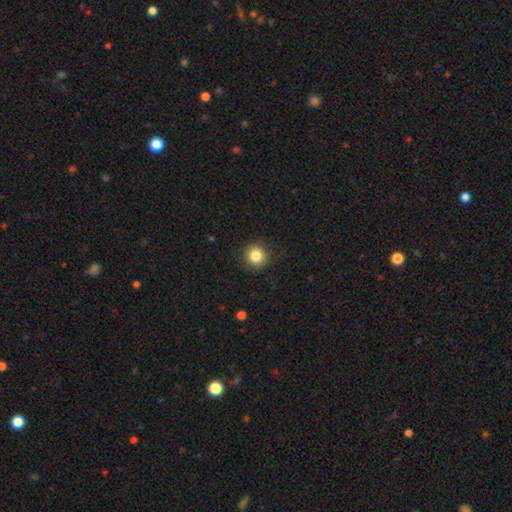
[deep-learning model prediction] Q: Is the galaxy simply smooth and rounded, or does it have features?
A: smooth — 84%.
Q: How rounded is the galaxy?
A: round — 92%.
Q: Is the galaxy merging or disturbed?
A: none — 88%.